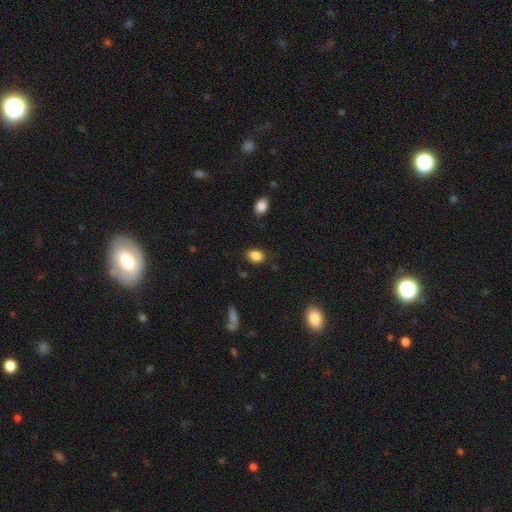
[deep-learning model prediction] This appears to be a smooth galaxy with no disk features (86%) that is in between round and cigar-shaped (79%). Merging: none (79%).